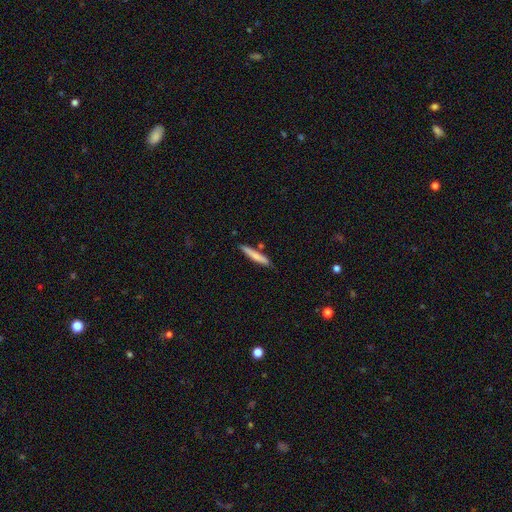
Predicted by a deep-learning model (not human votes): Smooth or featured? smooth (72%)
How rounded? cigar-shaped (93%)
Merging? none (81%)